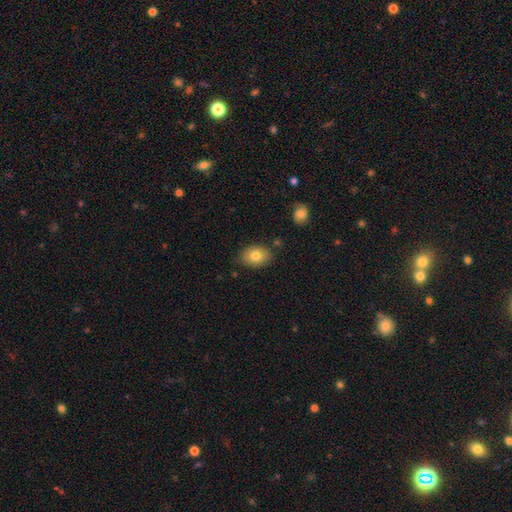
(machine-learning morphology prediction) Smooth or featured?
  - smooth: 81% *
  - featured or disk: 11%
  - star or artifact: 8%
How rounded?
  - in between: 76% *
  - round: 23%
  - cigar-shaped: 1%
Merging?
  - none: 80% *
  - minor disturbance: 14%
  - merger: 3%
  - major disturbance: 3%